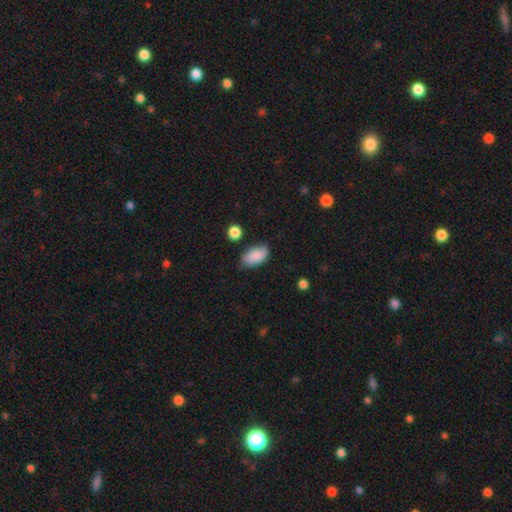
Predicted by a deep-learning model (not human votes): Smooth or featured? Predicted: smooth (p=0.87). How rounded? Predicted: in between (p=0.93). Merging? Predicted: none (p=0.74).